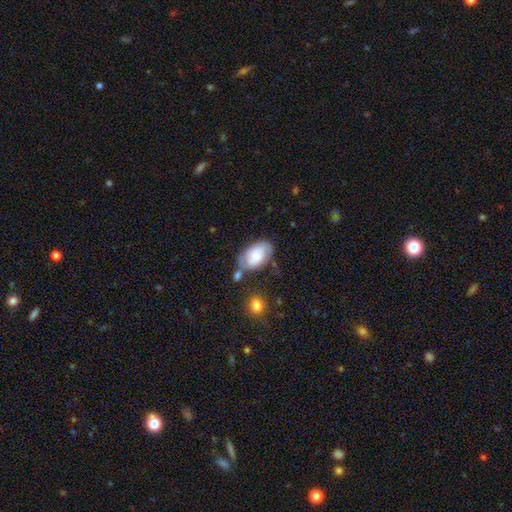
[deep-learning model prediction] Smooth or featured: smooth — 52% (featured or disk — 40%)
How rounded: in between — 91% (round — 7%)
Merging: none — 49% (minor disturbance — 26%)